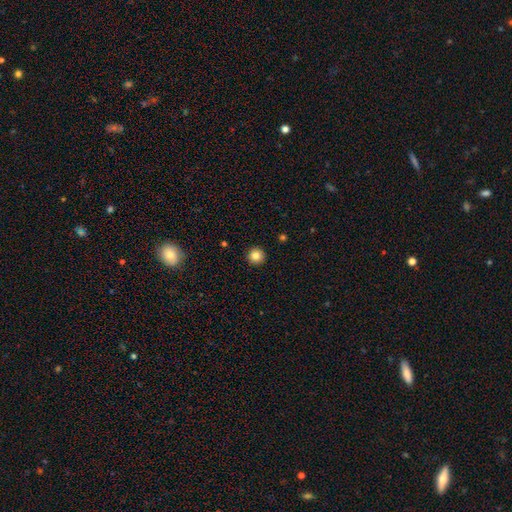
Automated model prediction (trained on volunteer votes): Overall: smooth (83%). How rounded: round (96%). Merging: none (93%).